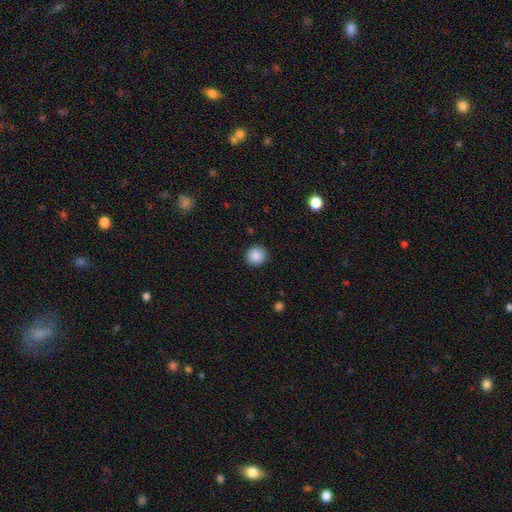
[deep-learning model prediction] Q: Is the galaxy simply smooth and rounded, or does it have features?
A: smooth — 88%.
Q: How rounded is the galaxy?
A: round — 93%.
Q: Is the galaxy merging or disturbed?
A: none — 90%.